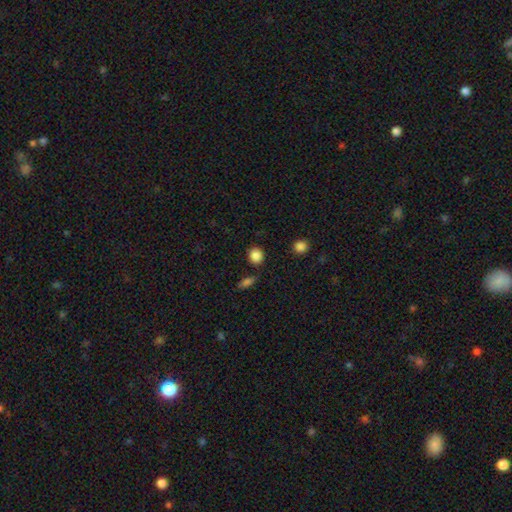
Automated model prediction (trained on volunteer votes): This appears to be a smooth galaxy with no disk features (86%) that is round (79%). Merging: none (85%).